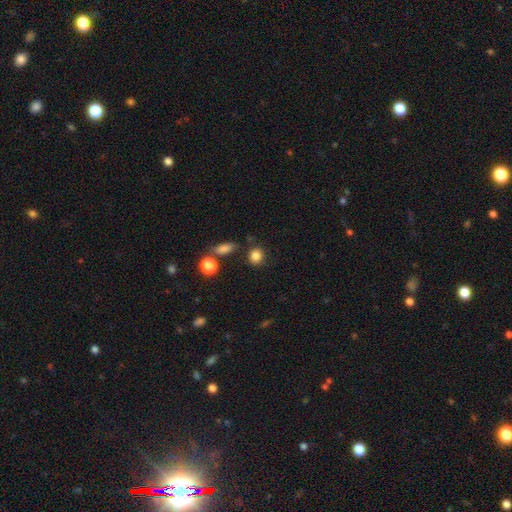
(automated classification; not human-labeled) smooth-or-featured: smooth: 84% | star or artifact: 11% | featured or disk: 5%
  how-rounded: round: 74% | in between: 25% | cigar-shaped: 2%
  merging: none: 77% | minor disturbance: 12% | merger: 7% | major disturbance: 4%